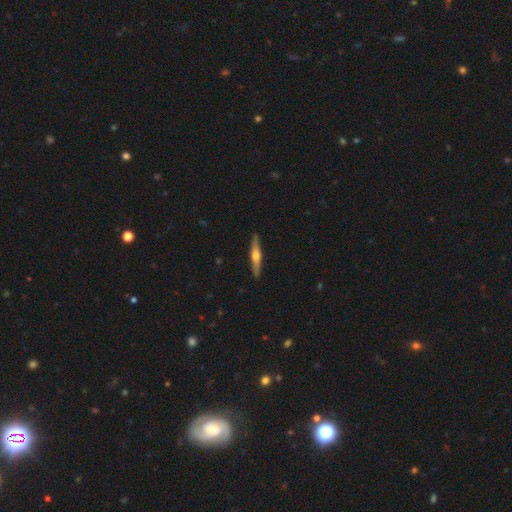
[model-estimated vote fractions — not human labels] Smooth or featured?
  - featured or disk: 59% *
  - smooth: 35%
  - star or artifact: 6%
Edge-on disk?
  - yes: 95% *
  - no: 5%
Edge-on bulge?
  - rounded: 90% *
  - none: 6%
  - boxy: 3%
Merging?
  - none: 91% *
  - minor disturbance: 7%
  - major disturbance: 1%
  - merger: 1%